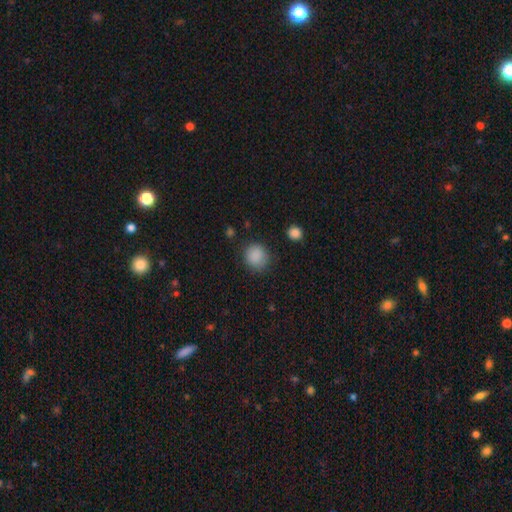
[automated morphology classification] The model was most divided on "how rounded": round: 82%, in between: 17%, cigar-shaped: 1%. More confident: smooth or featured — smooth (87%); merging — none (82%).